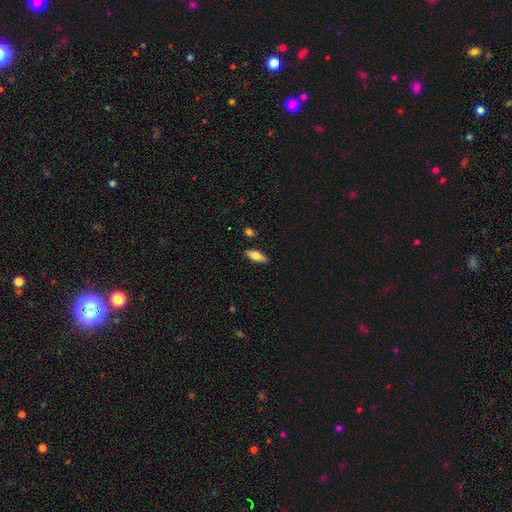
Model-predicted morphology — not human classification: smooth 71%, featured or disk 23%, star or artifact 7%. Down the decision tree: how rounded — in between (73%); merging — none (85%).